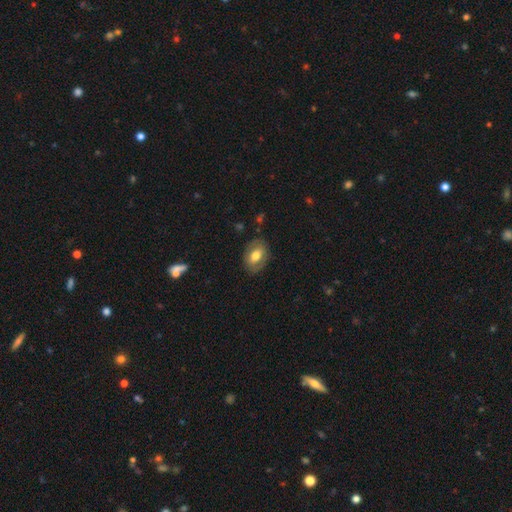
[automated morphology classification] Overall: smooth (62%; featured or disk 31%). How rounded: in between (79%). Merging: none (80%).